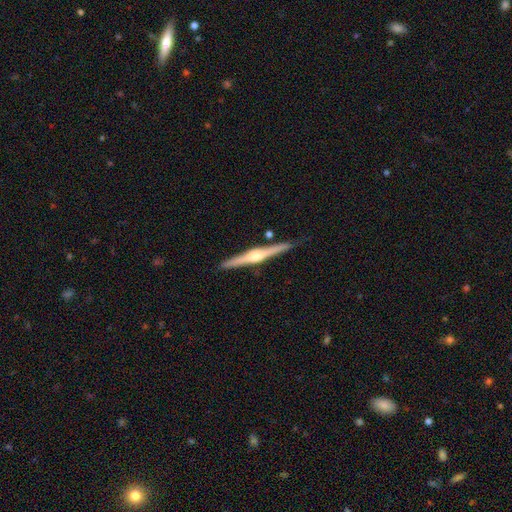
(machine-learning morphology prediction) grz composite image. It shows a featured or disk galaxy (81%) viewed edge-on (98%) with a rounded central bulge (90%). Merging: none (88%).